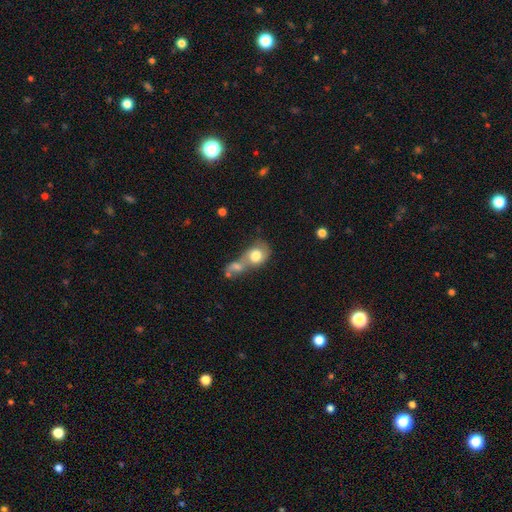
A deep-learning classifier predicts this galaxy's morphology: Q: Smooth or featured?
A: smooth (71%); runner-up: featured or disk (21%)
Q: How rounded?
A: round (50%); runner-up: in between (48%)
Q: Merging?
A: merger (69%); runner-up: none (16%)